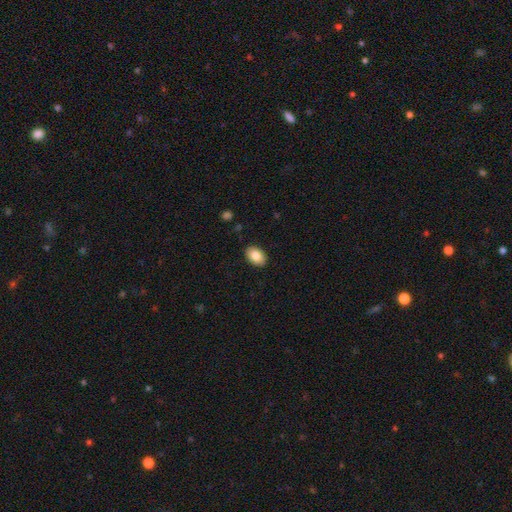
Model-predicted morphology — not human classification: A smooth galaxy with no disk features (85%) that is in between round and cigar-shaped (85%). Merging: none (89%).